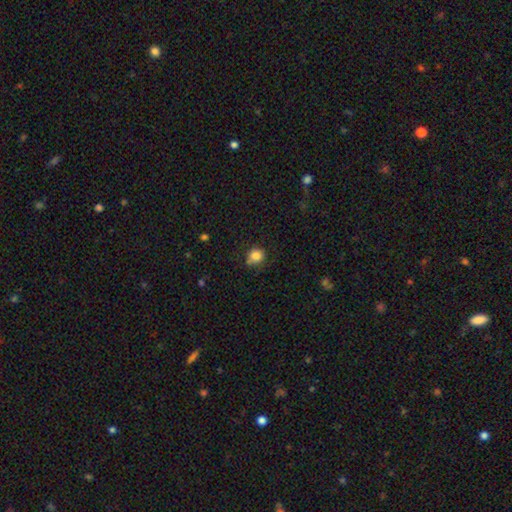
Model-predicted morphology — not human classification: A smooth galaxy with no disk features (84%) that is round (81%).

Vote fractions:
- Smooth or featured? smooth: 84% / star or artifact: 11% / featured or disk: 5%
- How rounded? round: 81% / in between: 18% / cigar-shaped: 1%
- Merging? none: 72% / minor disturbance: 20% / major disturbance: 4% / merger: 4%